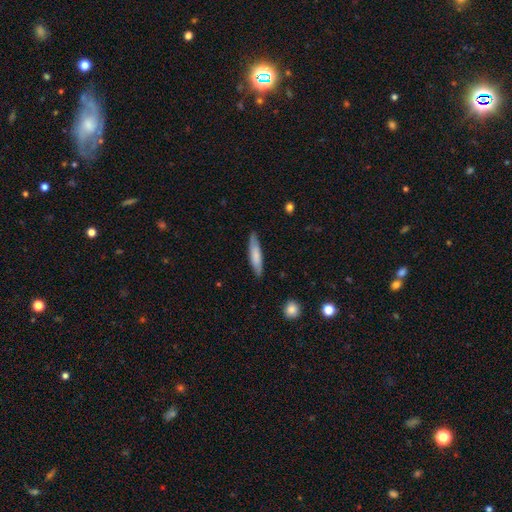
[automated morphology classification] smooth-or-featured: smooth: 72% | featured or disk: 22% | star or artifact: 5%
  how-rounded: cigar-shaped: 84% | in between: 14% | round: 1%
  merging: none: 85% | minor disturbance: 12% | major disturbance: 2% | merger: 1%